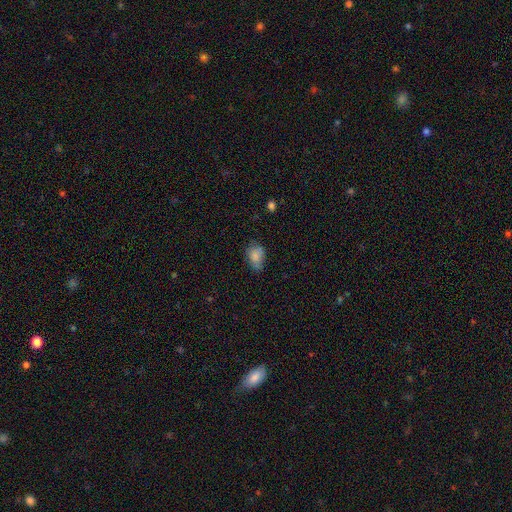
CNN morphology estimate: Smooth or featured: smooth — 80% (featured or disk — 11%)
How rounded: in between — 75% (round — 24%)
Merging: none — 55% (minor disturbance — 33%)